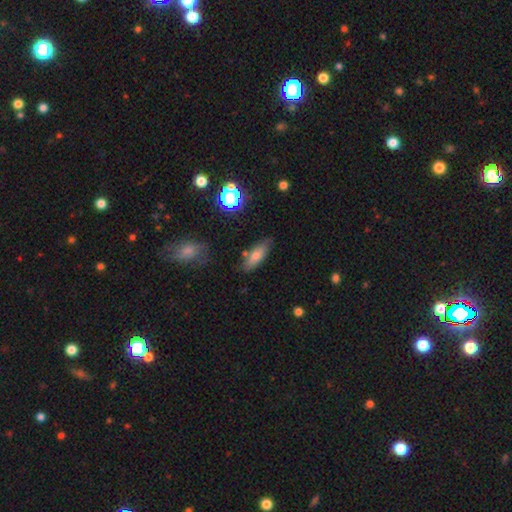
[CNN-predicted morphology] Smooth or featured: smooth — 71% (featured or disk — 19%)
How rounded: in between — 68% (cigar-shaped — 29%)
Merging: none — 75% (minor disturbance — 17%)